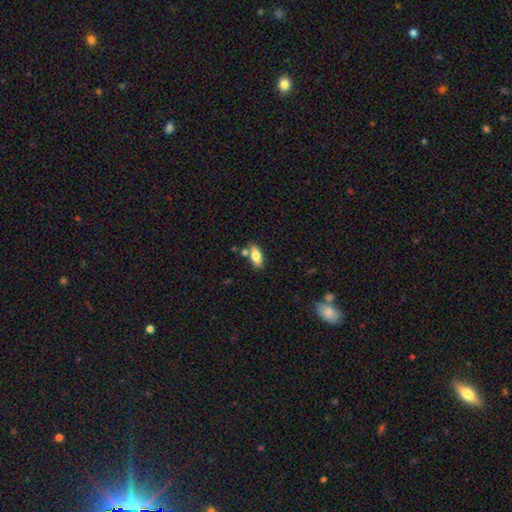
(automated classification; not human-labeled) A smooth galaxy with no disk features (76%) that is in between round and cigar-shaped (82%).

Vote fractions:
- Smooth or featured? smooth: 76% / featured or disk: 17% / star or artifact: 7%
- How rounded? in between: 82% / cigar-shaped: 15% / round: 3%
- Merging? none: 74% / minor disturbance: 13% / merger: 11% / major disturbance: 3%